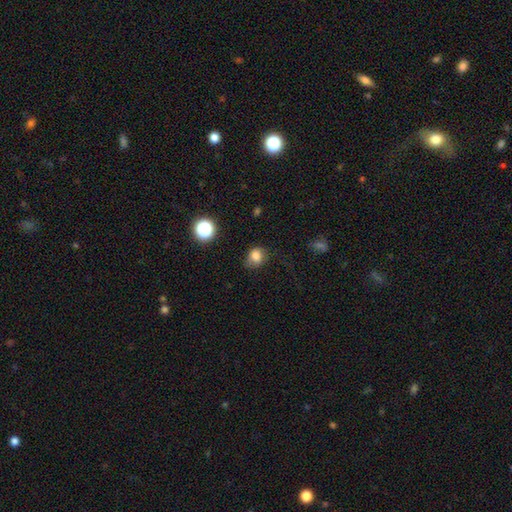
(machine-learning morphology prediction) Q: Smooth or featured?
A: smooth (80%); runner-up: star or artifact (12%)
Q: How rounded?
A: round (57%); runner-up: in between (42%)
Q: Merging?
A: none (58%); runner-up: minor disturbance (29%)